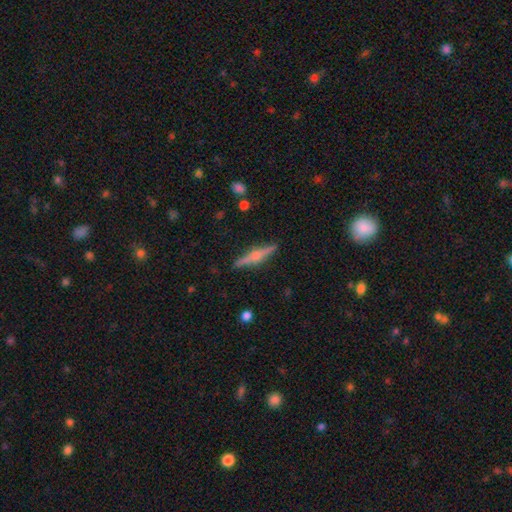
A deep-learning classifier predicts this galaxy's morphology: Smooth or featured?
  - featured or disk: 69% *
  - smooth: 25%
  - star or artifact: 7%
Edge-on disk?
  - yes: 97% *
  - no: 3%
Edge-on bulge?
  - rounded: 84% *
  - boxy: 11%
  - none: 5%
Merging?
  - none: 88% *
  - minor disturbance: 8%
  - major disturbance: 2%
  - merger: 2%